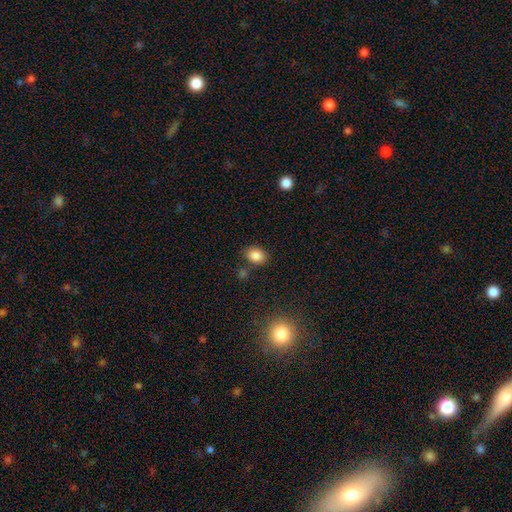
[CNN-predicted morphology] Smooth or featured? Predicted: smooth (p=0.85). How rounded? Predicted: in between (p=0.61). Merging? Predicted: none (p=0.78).